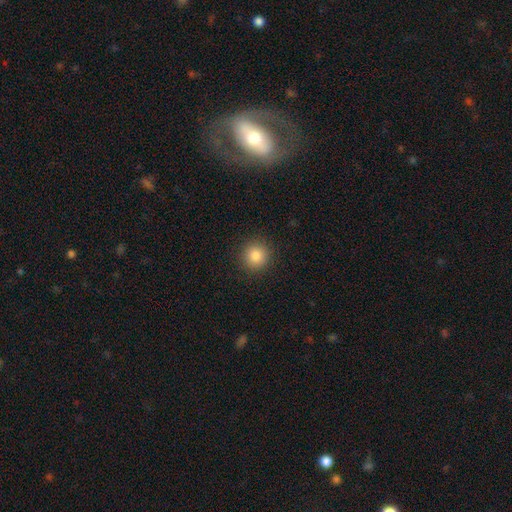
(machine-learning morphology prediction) Smooth or featured: smooth — 84% (star or artifact — 11%)
How rounded: round — 94% (in between — 5%)
Merging: none — 92% (minor disturbance — 5%)